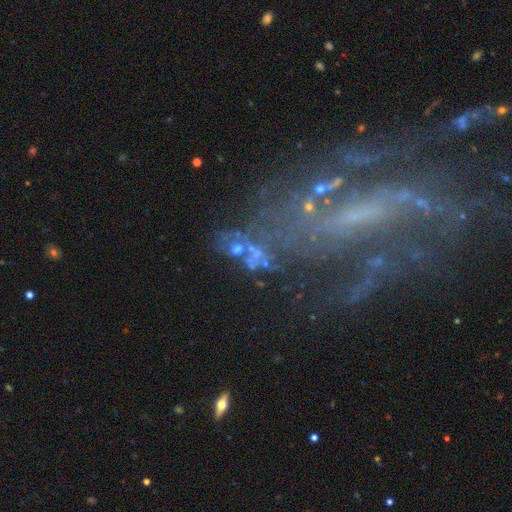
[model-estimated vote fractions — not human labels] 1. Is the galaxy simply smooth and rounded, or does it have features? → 39% featured or disk, 35% star or artifact, 26% smooth.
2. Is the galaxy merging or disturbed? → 33% none, 27% major disturbance, 26% merger, 14% minor disturbance.